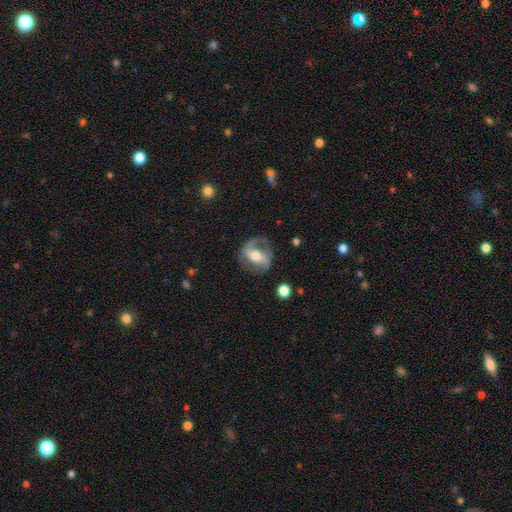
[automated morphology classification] featured or disk 75%, smooth 19%, star or artifact 6%. Down the decision tree: edge-on disk — no (95%); bar — strong (43%); spiral arms — yes (86%); spiral arm count — 2 (82%); spiral winding — medium (46%); bulge size — moderate (67%); merging — none (70%).